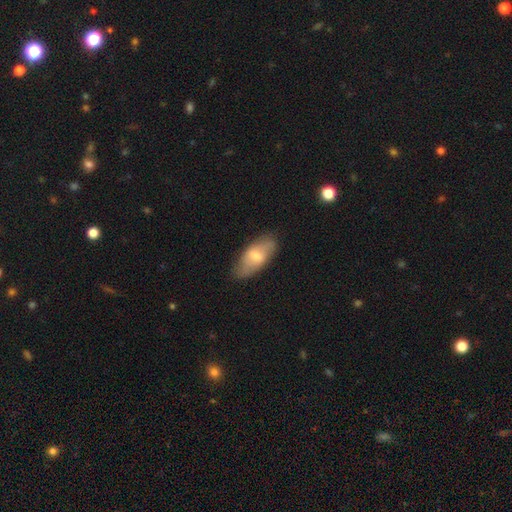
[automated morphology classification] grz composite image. It shows a smooth galaxy with no disk features (60%) that is in between round and cigar-shaped (86%). Merging: none (79%).